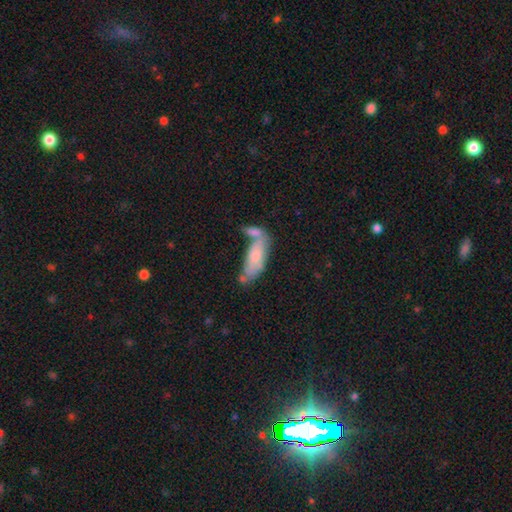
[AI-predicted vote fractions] smooth-or-featured: smooth: 69% | featured or disk: 25% | star or artifact: 7%
  how-rounded: in between: 67% | cigar-shaped: 31% | round: 2%
  merging: merger: 36% (tied) | none: 36% (tied) | minor disturbance: 19% | major disturbance: 8%